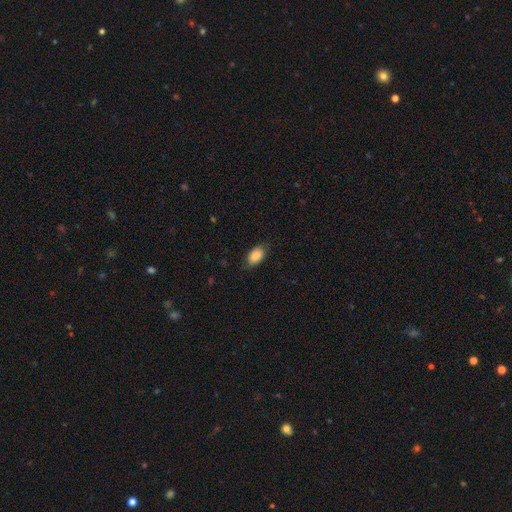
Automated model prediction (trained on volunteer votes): Smooth or featured? Predicted: smooth (p=0.86). How rounded? Predicted: in between (p=0.91). Merging? Predicted: none (p=0.76).